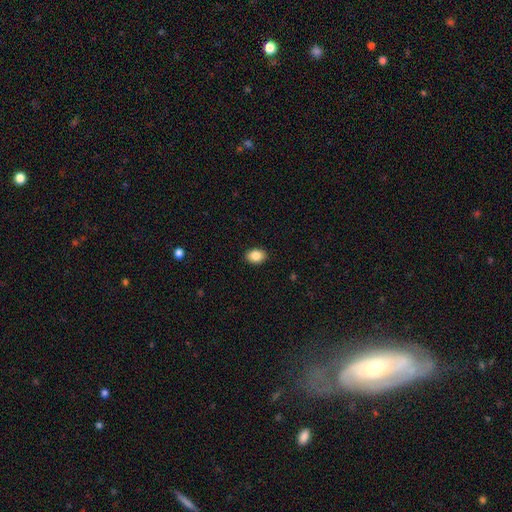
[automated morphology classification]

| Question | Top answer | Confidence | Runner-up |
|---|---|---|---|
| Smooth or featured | smooth | 87% | star or artifact (8%) |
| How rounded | in between | 73% | round (26%) |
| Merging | none | 90% | minor disturbance (7%) |